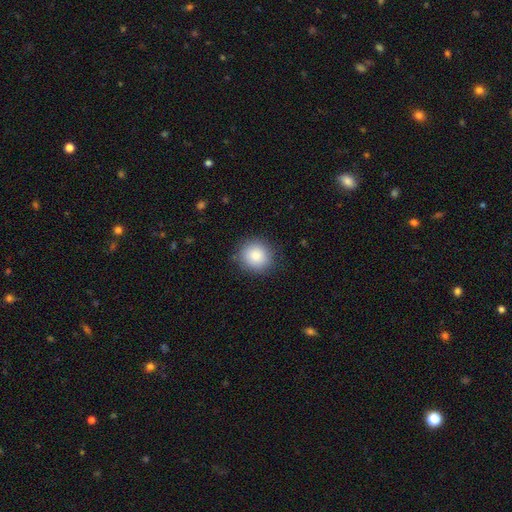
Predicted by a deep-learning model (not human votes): A smooth galaxy with no disk features (86%) that is round (88%).

Vote fractions:
- Smooth or featured? smooth: 86% / star or artifact: 8% / featured or disk: 6%
- How rounded? round: 88% / in between: 11% / cigar-shaped: 1%
- Merging? none: 86% / minor disturbance: 10% / major disturbance: 3% / merger: 1%